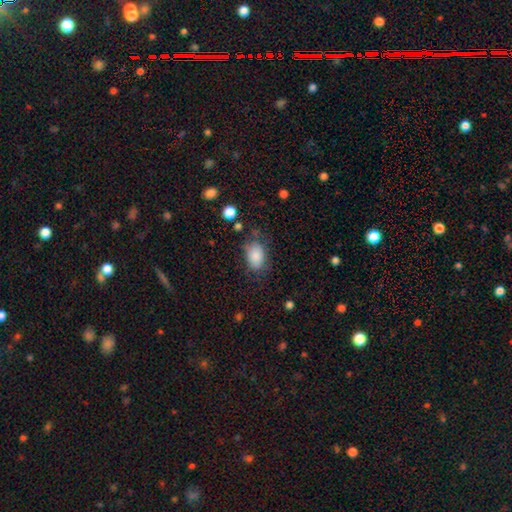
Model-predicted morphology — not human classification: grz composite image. It shows a smooth galaxy with no disk features (85%) that is in between round and cigar-shaped (88%). Merging: none (65%).